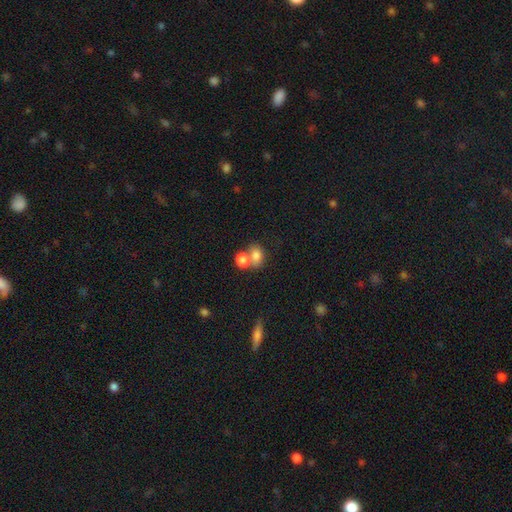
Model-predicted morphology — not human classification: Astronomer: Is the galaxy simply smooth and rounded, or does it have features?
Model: smooth — 79%.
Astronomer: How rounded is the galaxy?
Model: in between — 56% (runner-up: round, 42%).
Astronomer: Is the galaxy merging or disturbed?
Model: merger — 51% (runner-up: none, 36%).